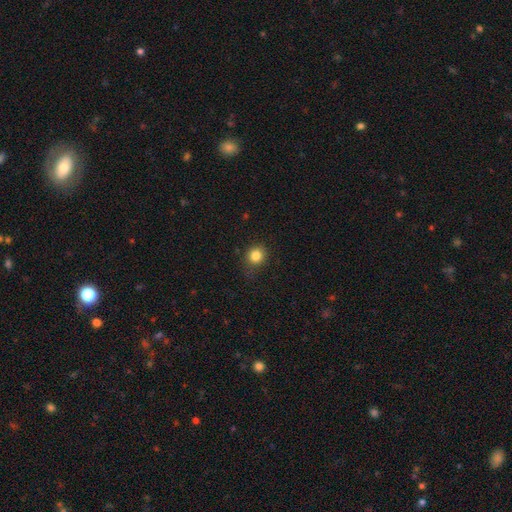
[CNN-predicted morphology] Smooth or featured? smooth (83%)
How rounded? round (82%)
Merging? none (77%)